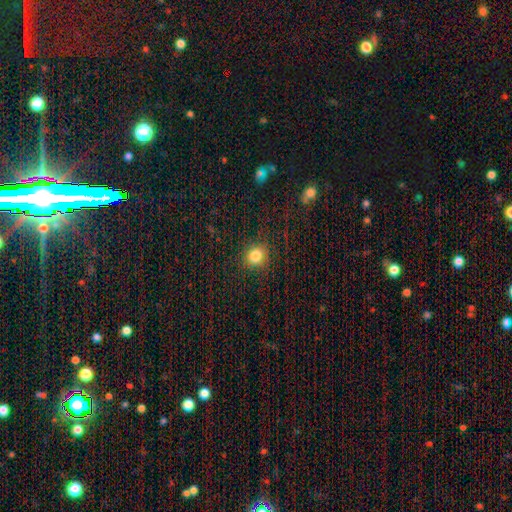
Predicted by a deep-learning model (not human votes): smooth-or-featured: smooth: 82% | star or artifact: 13% | featured or disk: 6%
  how-rounded: round: 83% | in between: 16% | cigar-shaped: 1%
  merging: none: 87% | minor disturbance: 8% | major disturbance: 3% | merger: 1%